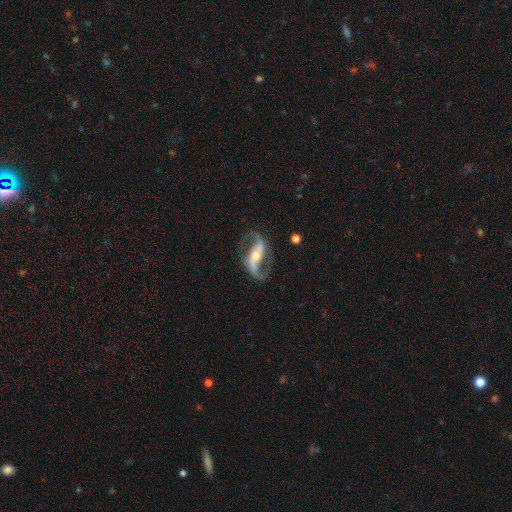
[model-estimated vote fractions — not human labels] The model was most divided on "bulge size": moderate: 49%, small: 44%, large: 4%, none: 2%, dominant: 1%. Remaining: spiral arms — yes (97%); edge-on disk — no (96%); spiral arm count — 2 (93%); smooth or featured — featured or disk (91%); merging — none (79%); spiral winding — loose (57%); bar — strong (49%).